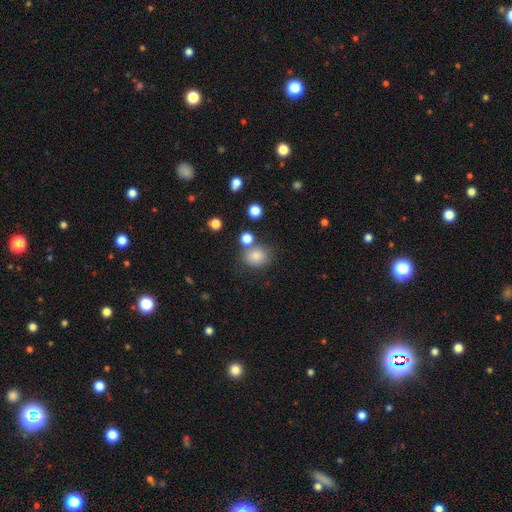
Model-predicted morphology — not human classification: Q: Smooth or featured?
A: smooth (81%); runner-up: star or artifact (12%)
Q: How rounded?
A: round (63%); runner-up: in between (36%)
Q: Merging?
A: none (67%); runner-up: merger (14%)